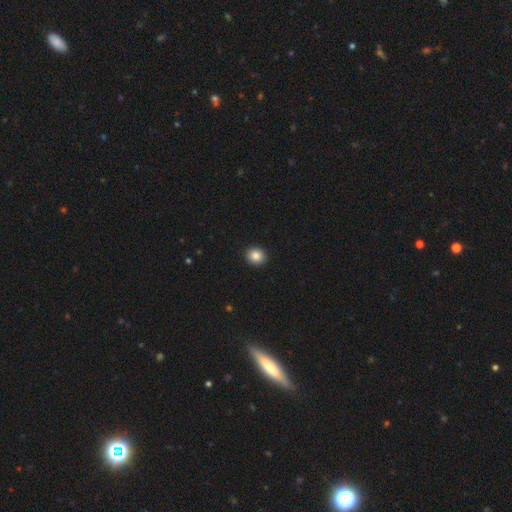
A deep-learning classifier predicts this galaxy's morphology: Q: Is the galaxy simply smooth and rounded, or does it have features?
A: smooth — 85%.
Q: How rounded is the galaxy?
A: round — 79%.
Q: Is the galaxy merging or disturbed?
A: none — 93%.